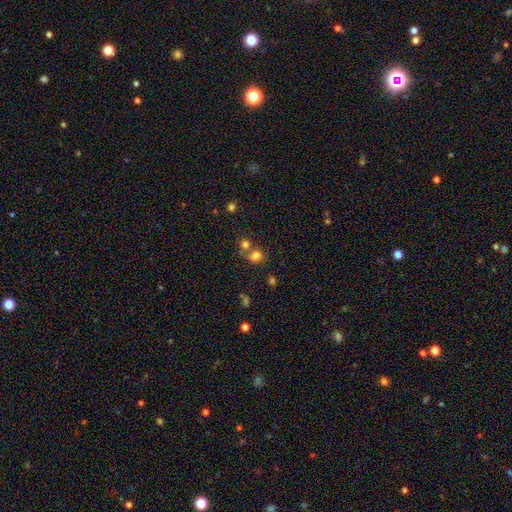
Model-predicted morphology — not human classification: Smooth or featured: smooth — 76% (star or artifact — 14%)
How rounded: round — 61% (in between — 38%)
Merging: none — 42% (tied with merger — 42%)